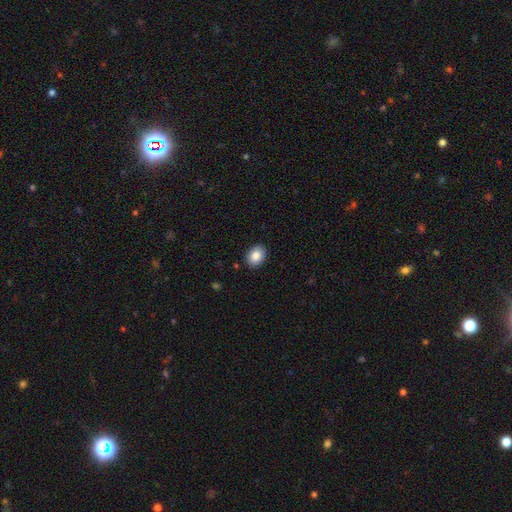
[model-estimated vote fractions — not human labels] Smooth or featured?
  - smooth: 86% *
  - star or artifact: 8%
  - featured or disk: 6%
How rounded?
  - in between: 66% *
  - round: 33%
  - cigar-shaped: 1%
Merging?
  - none: 90% *
  - minor disturbance: 7%
  - major disturbance: 2%
  - merger: 1%